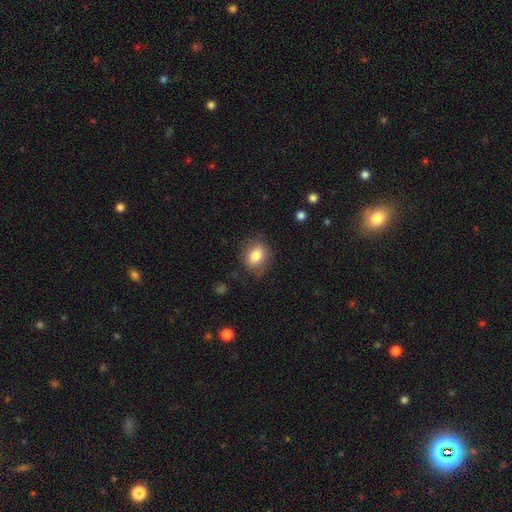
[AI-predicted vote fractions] Q: Smooth or featured?
A: smooth (81%); runner-up: featured or disk (10%)
Q: How rounded?
A: in between (56%); runner-up: round (43%)
Q: Merging?
A: none (77%); runner-up: minor disturbance (17%)